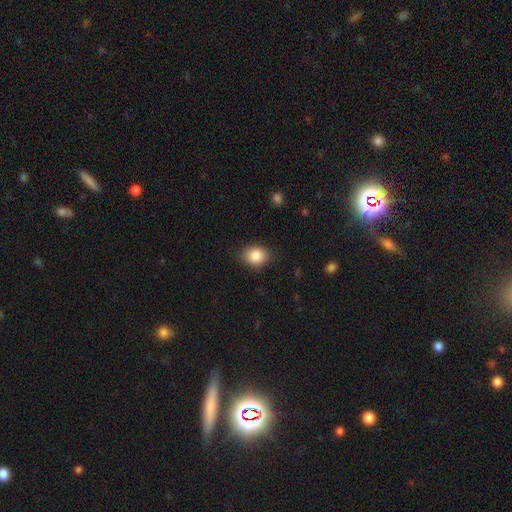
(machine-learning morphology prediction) Q: Smooth or featured?
A: smooth (87%); runner-up: star or artifact (8%)
Q: How rounded?
A: in between (51%); runner-up: round (48%)
Q: Merging?
A: none (85%); runner-up: minor disturbance (11%)